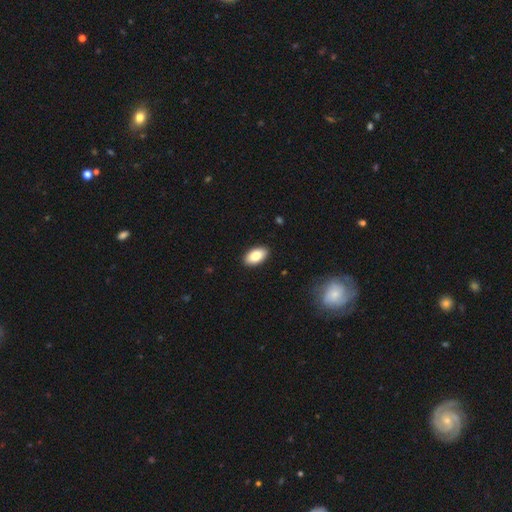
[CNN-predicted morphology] smooth 85%, featured or disk 8%, star or artifact 7%. Down the decision tree: how rounded — in between (94%); merging — none (90%).